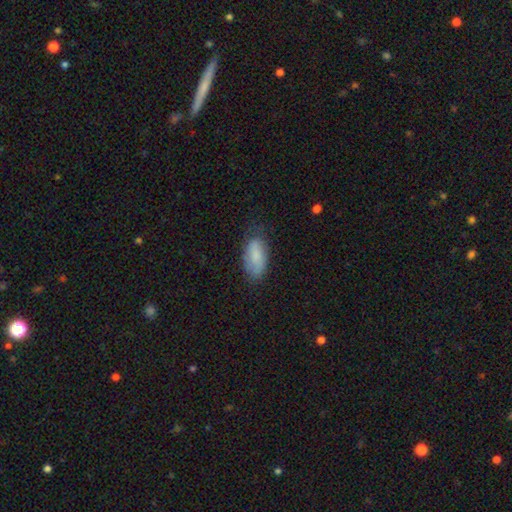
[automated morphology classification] The model was most divided on "merging": none: 64%, minor disturbance: 27%, major disturbance: 8%, merger: 2%. More confident: how rounded — in between (91%); smooth or featured — smooth (78%).